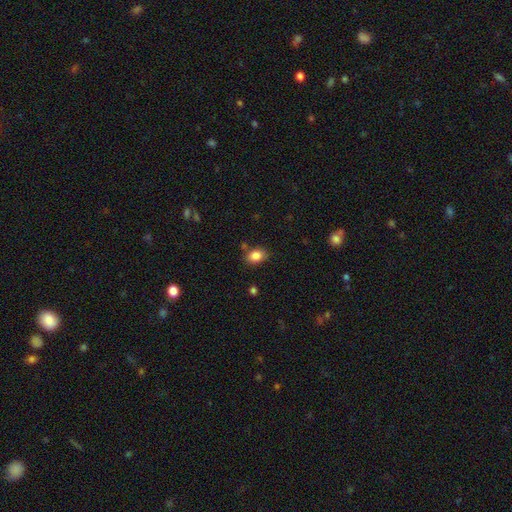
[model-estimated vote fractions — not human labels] This appears to be a smooth galaxy with no disk features (85%) that is in between round and cigar-shaped (71%). Merging: none (78%).